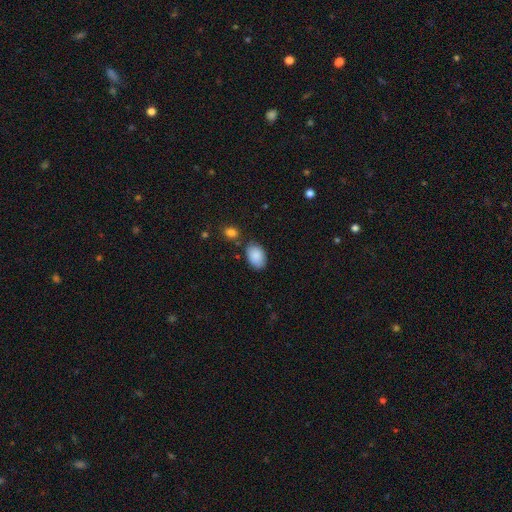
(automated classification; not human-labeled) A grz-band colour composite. It shows a smooth galaxy with no disk features (88%) that is in between round and cigar-shaped (89%). Merging: none (75%).